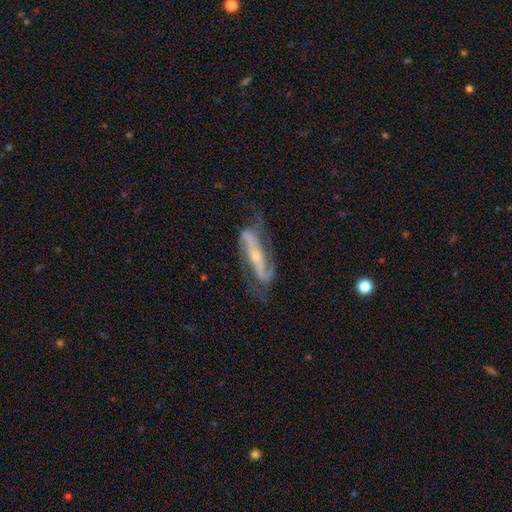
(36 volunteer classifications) A featured or disk galaxy (89%) with a strong bar (60%), 2 (100%) medium (46%) spiral arms (93%) and a small central bulge (73%). Merging: none (46%).